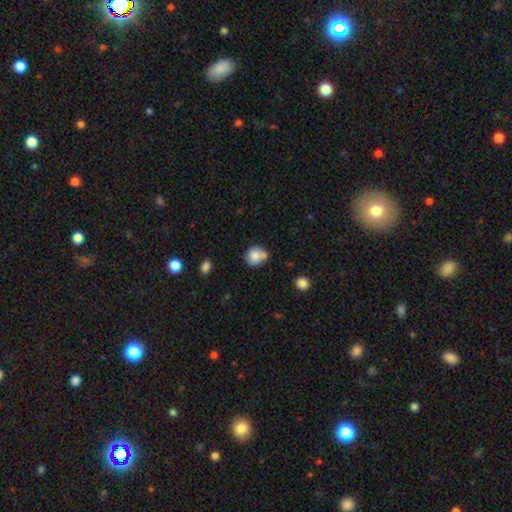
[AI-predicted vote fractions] Morphology: type=smooth (79%); roundness=round (85%); merging=none (54%).